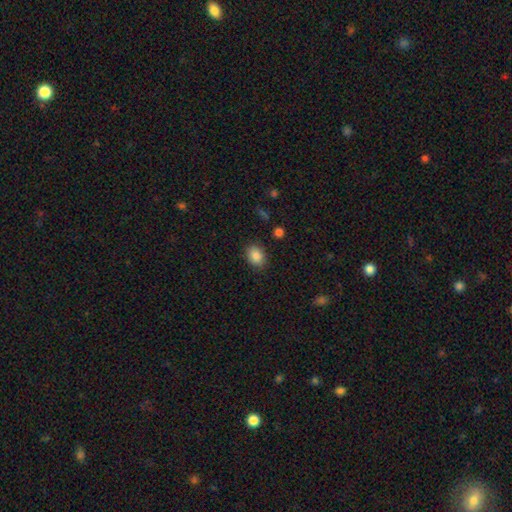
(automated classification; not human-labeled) smooth-or-featured: smooth: 87% | star or artifact: 9% | featured or disk: 4%
  how-rounded: in between: 65% | round: 34% | cigar-shaped: 1%
  merging: none: 86% | minor disturbance: 10% | major disturbance: 3% | merger: 2%